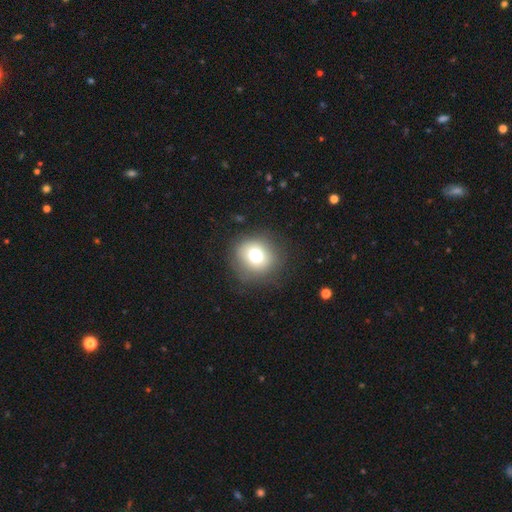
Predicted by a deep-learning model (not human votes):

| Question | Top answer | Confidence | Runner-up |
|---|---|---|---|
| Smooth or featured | smooth | 73% | featured or disk (13%) |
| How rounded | round | 88% | in between (11%) |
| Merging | none | 83% | minor disturbance (11%) |